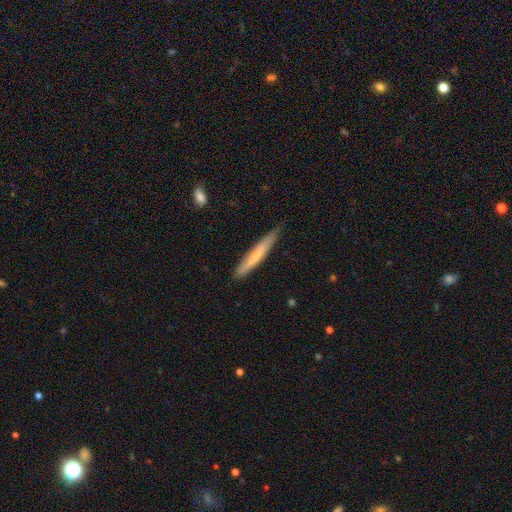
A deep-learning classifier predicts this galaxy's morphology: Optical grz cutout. It shows a smooth galaxy with no disk features (60%) that is cigar-shaped (95%). Merging: none (82%).